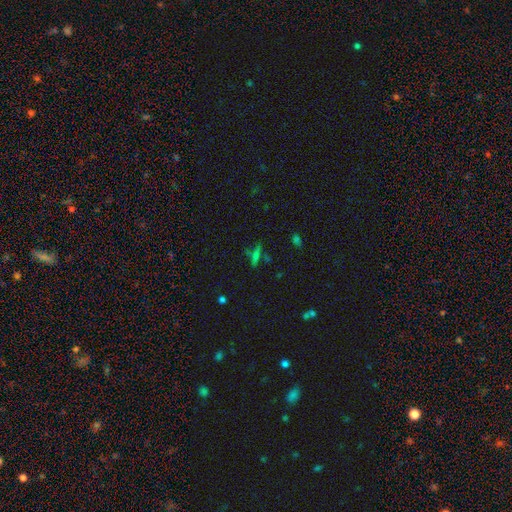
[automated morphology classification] A smooth galaxy with no disk features (48%).

Vote fractions:
- Smooth or featured? smooth: 48% / featured or disk: 26% / star or artifact: 26%
- Merging? none: 79% / minor disturbance: 12% / merger: 5% / major disturbance: 4%